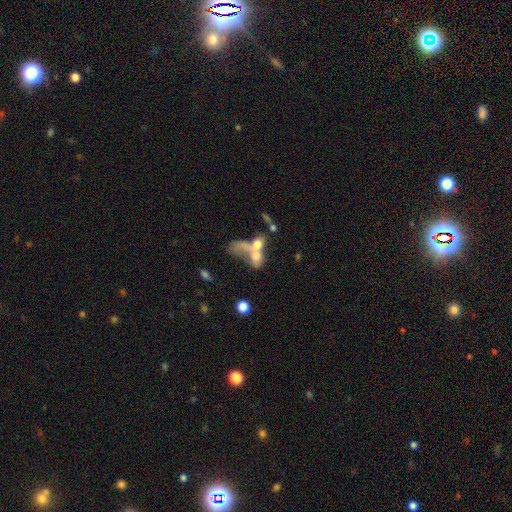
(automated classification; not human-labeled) Smooth or featured? Predicted: smooth (p=0.56). How rounded? Predicted: in between (p=0.67). Merging? Predicted: merger (p=0.68).